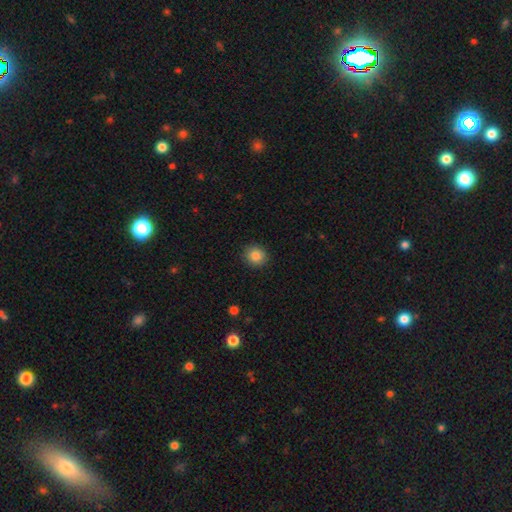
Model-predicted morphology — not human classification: This appears to be a smooth galaxy with no disk features (84%) that is round (87%). Merging: none (91%).